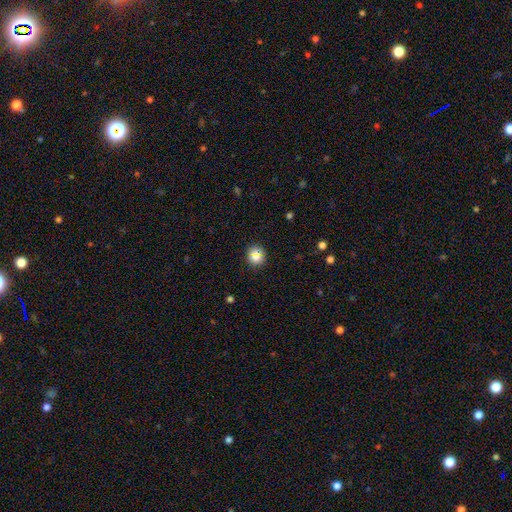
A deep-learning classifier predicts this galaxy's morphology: The model was most divided on "smooth or featured": smooth: 76%, star or artifact: 15%, featured or disk: 9%. More confident: how rounded — round (92%); merging — none (86%).